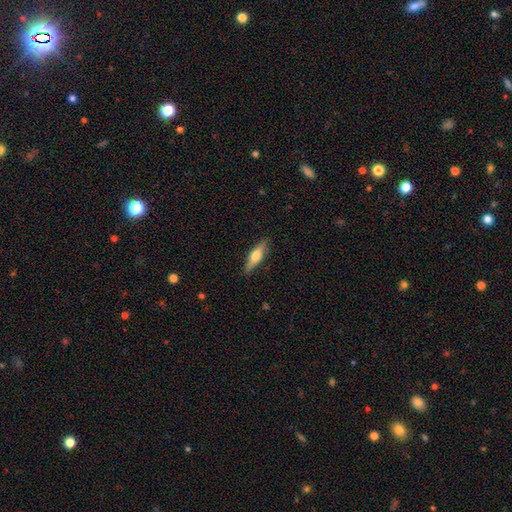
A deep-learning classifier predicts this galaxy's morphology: smooth 53%, featured or disk 41%, star or artifact 6%. Down the decision tree: how rounded — cigar-shaped (64%); merging — none (86%).